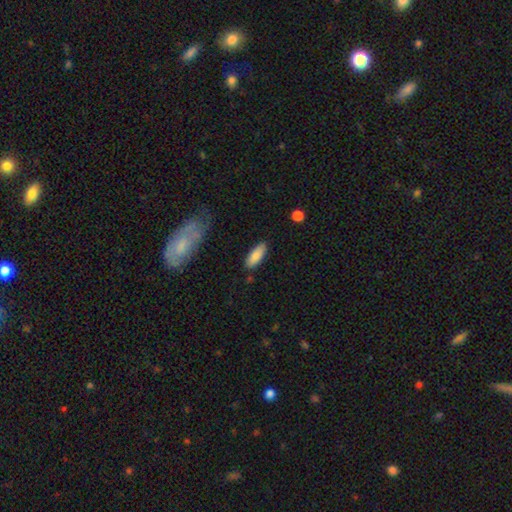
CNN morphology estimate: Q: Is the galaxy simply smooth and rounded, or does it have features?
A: smooth — 86%.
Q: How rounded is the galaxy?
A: in between — 73%.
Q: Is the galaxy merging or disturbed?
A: none — 84%.